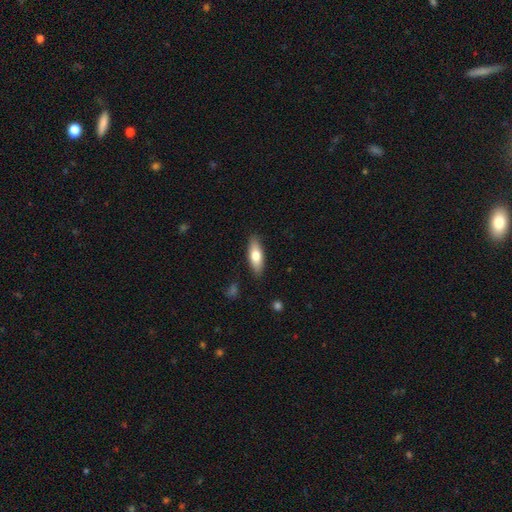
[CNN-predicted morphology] The model was most divided on "how rounded": in between: 65%, cigar-shaped: 32%, round: 2%. More confident: merging — none (87%); smooth or featured — smooth (72%).